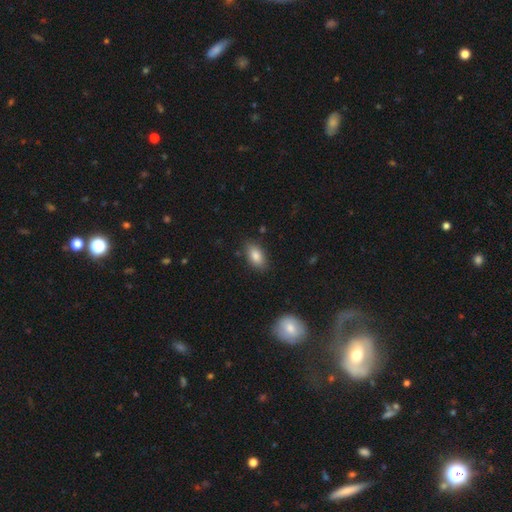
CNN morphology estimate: Smooth or featured?
  - smooth: 84% *
  - featured or disk: 8%
  - star or artifact: 8%
How rounded?
  - in between: 90% *
  - round: 5%
  - cigar-shaped: 5%
Merging?
  - none: 82% *
  - minor disturbance: 13%
  - major disturbance: 3%
  - merger: 2%